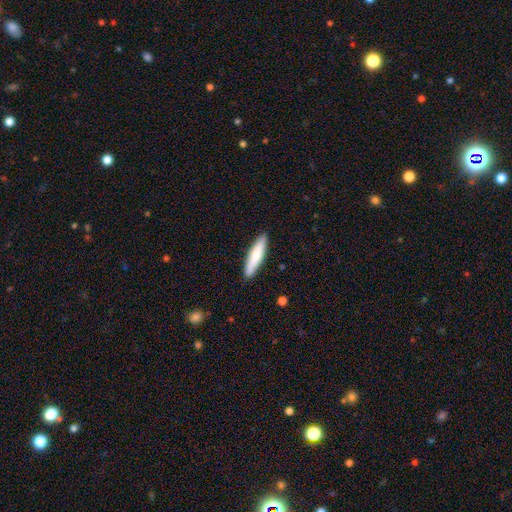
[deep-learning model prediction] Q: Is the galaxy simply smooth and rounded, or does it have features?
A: smooth — 72%.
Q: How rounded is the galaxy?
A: cigar-shaped — 82%.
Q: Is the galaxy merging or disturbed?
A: none — 89%.